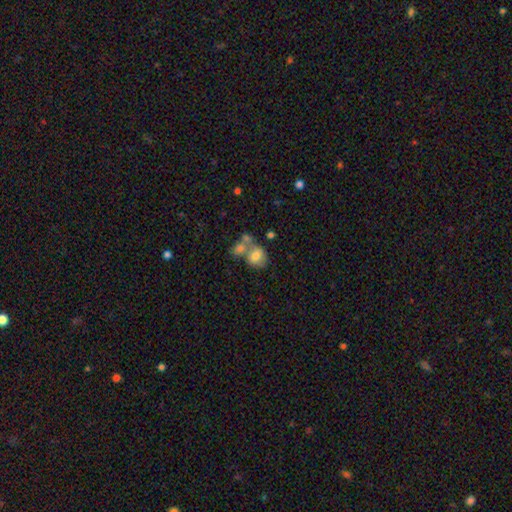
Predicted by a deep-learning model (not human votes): This is likely a smooth galaxy (66%). How rounded: possibly round (50%). Merging: possibly merger (49%).